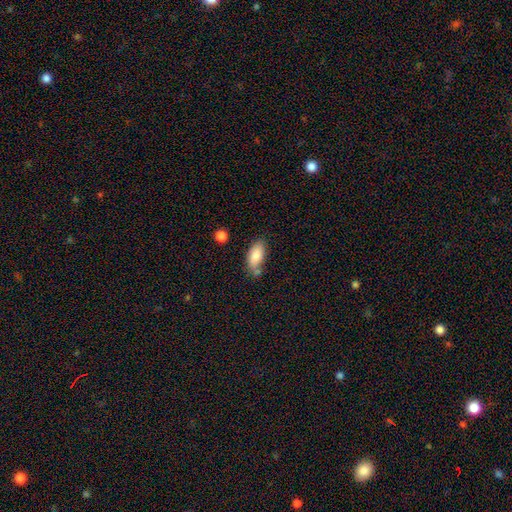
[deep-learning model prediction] A smooth galaxy with no disk features (82%) that is in between round and cigar-shaped (90%).

Vote fractions:
- Smooth or featured? smooth: 82% / featured or disk: 11% / star or artifact: 7%
- How rounded? in between: 90% / cigar-shaped: 8% / round: 3%
- Merging? none: 57% / minor disturbance: 24% / merger: 13% / major disturbance: 6%